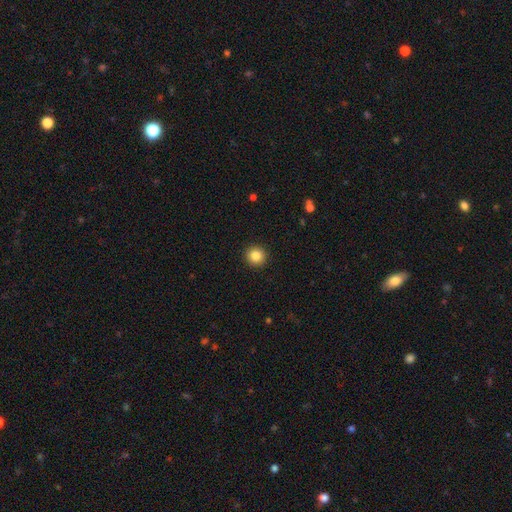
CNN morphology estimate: Overall: smooth (85%). How rounded: round (94%). Merging: none (93%).